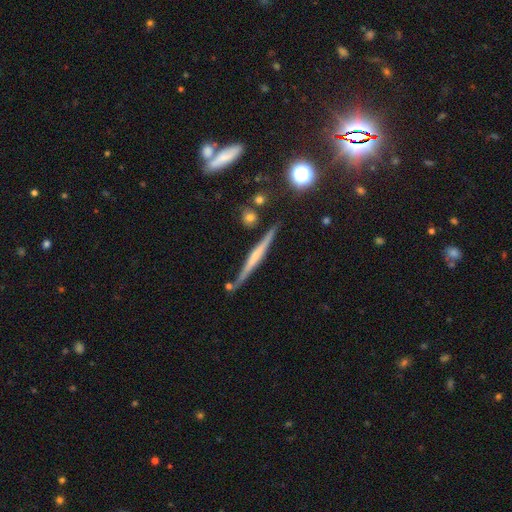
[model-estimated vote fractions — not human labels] featured or disk 67%, smooth 26%, star or artifact 7%. Down the decision tree: edge-on disk — yes (97%); edge-on bulge — none (42%); merging — none (82%).